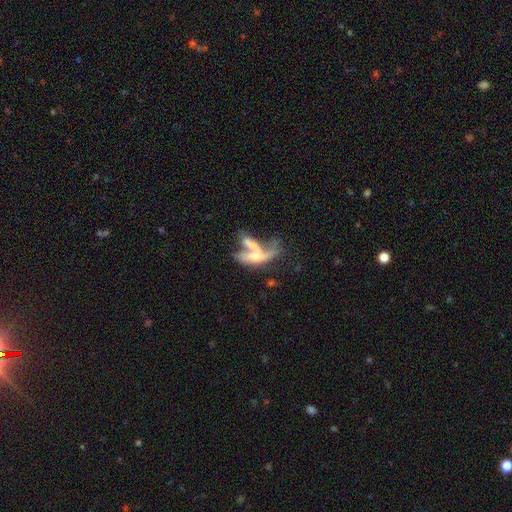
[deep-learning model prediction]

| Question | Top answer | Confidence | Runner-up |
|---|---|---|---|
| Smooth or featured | featured or disk | 53% | smooth (37%) |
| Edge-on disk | no | 60% | yes (40%) |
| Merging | merger | 57% | none (19%) |